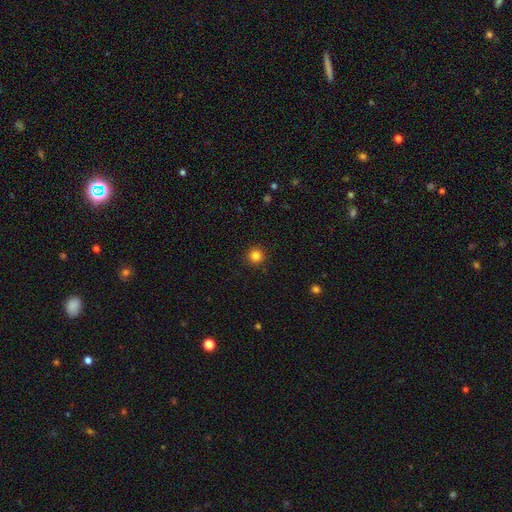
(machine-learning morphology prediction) type=smooth (83%); roundness=round (96%); merging=none (93%).